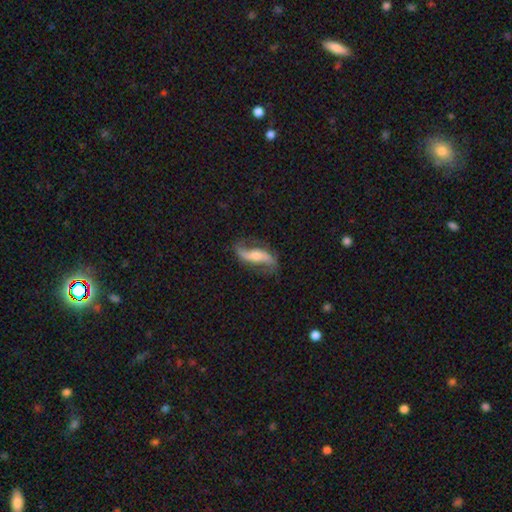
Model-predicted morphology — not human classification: Smooth or featured? featured or disk (81%)
Edge-on disk? no (89%)
Bar? no (38%)
Spiral arms? yes (94%)
Spiral winding? loose (76%)
Spiral arm count? 2 (92%)
Bulge size? moderate (45%)
Merging? none (75%)